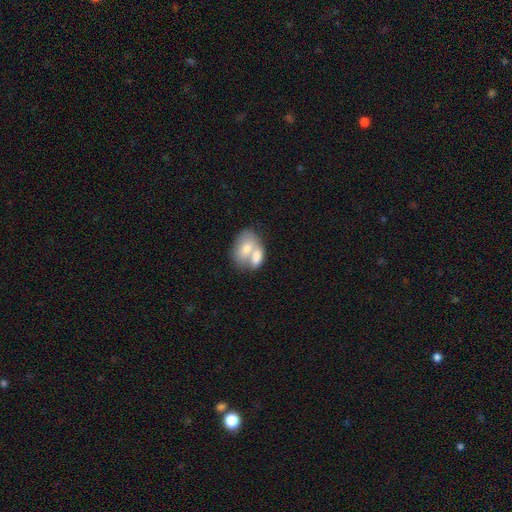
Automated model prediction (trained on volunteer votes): Smooth or featured? smooth (69%)
How rounded? in between (83%)
Merging? merger (71%)